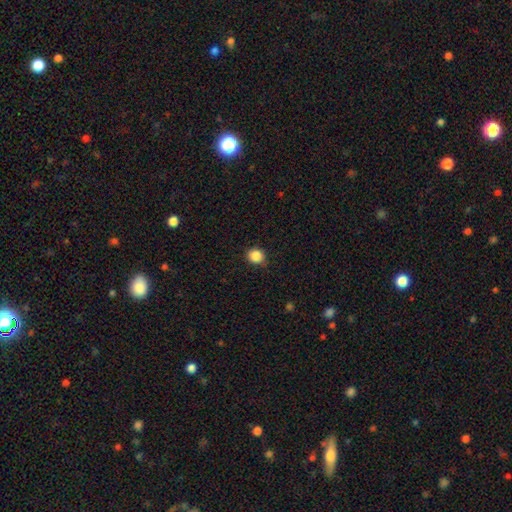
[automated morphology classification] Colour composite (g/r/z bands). It shows a smooth galaxy with no disk features (87%) that is round (84%). Merging: none (87%).